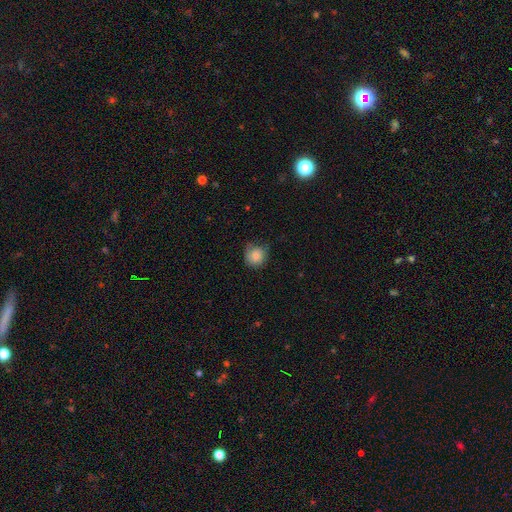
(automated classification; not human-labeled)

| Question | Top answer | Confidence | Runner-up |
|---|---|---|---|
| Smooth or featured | smooth | 82% | featured or disk (9%) |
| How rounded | round | 88% | in between (11%) |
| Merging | none | 70% | minor disturbance (24%) |